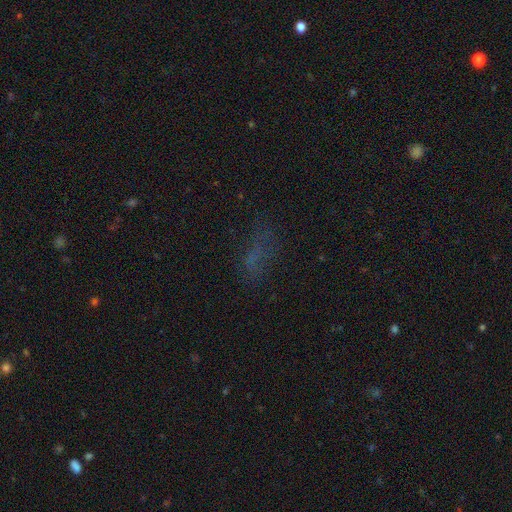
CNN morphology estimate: smooth-or-featured: smooth: 47% | star or artifact: 34% | featured or disk: 19%
  merging: none: 59% | minor disturbance: 20% | major disturbance: 18% | merger: 3%